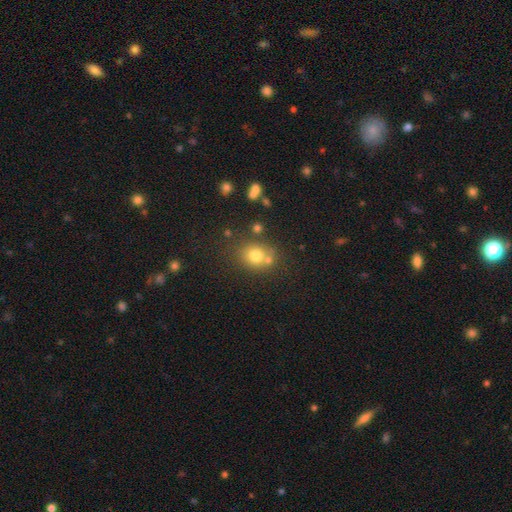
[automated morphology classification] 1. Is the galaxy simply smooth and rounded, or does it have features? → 74% smooth, 14% star or artifact, 12% featured or disk.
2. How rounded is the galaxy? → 70% round, 29% in between, 1% cigar-shaped.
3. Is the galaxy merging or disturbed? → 62% none, 21% merger, 13% minor disturbance, 5% major disturbance.